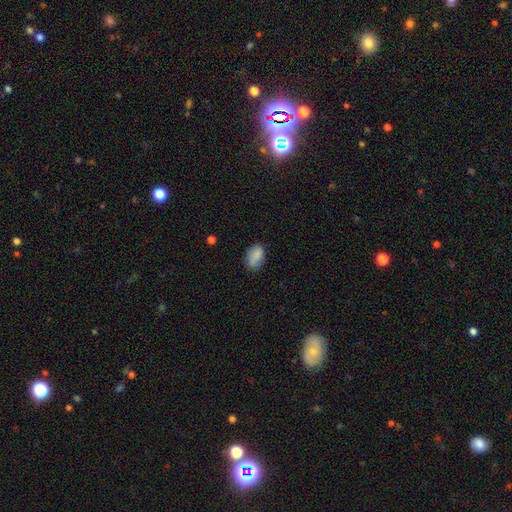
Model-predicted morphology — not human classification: type=smooth (83%); roundness=in between (86%); merging=none (67%).